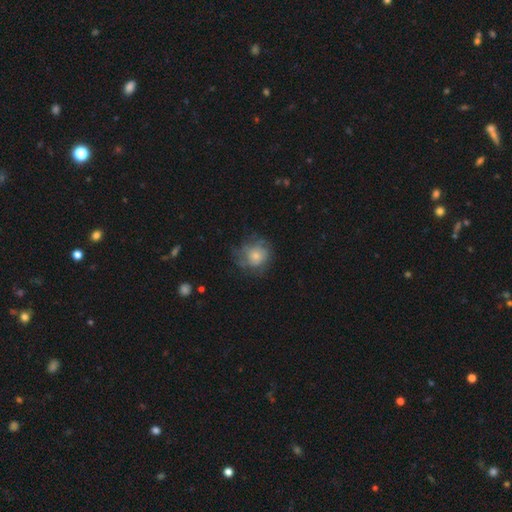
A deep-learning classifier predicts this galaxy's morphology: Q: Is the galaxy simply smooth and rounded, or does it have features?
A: smooth — 55%.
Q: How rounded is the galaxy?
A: round — 85%.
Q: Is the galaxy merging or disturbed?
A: none — 59%.